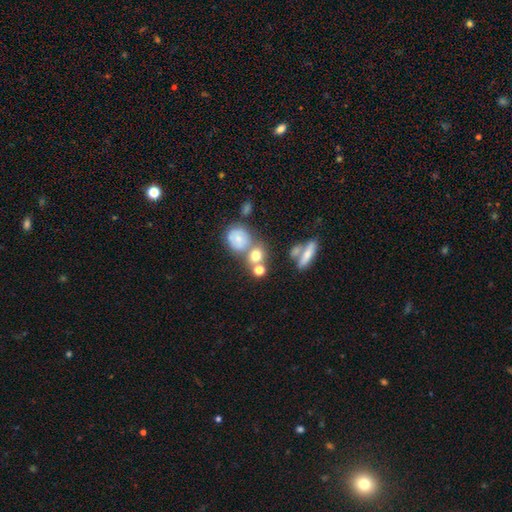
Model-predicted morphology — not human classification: smooth_or_featured: smooth (p=0.68) [alt: featured or disk p=0.16]
how_rounded: round (p=0.71) [alt: in between p=0.27]
merging: none (p=0.46) [alt: merger p=0.37]